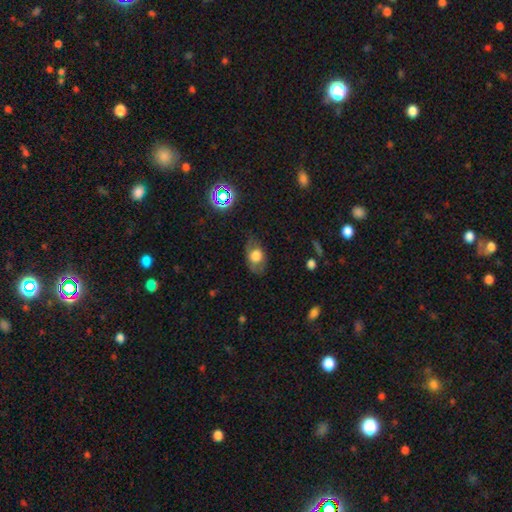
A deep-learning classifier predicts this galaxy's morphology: A smooth galaxy with no disk features (62%) that is in between round and cigar-shaped (77%).

Vote fractions:
- Smooth or featured? smooth: 62% / featured or disk: 27% / star or artifact: 10%
- How rounded? in between: 77% / round: 20% / cigar-shaped: 2%
- Merging? none: 69% / minor disturbance: 22% / major disturbance: 8% / merger: 2%